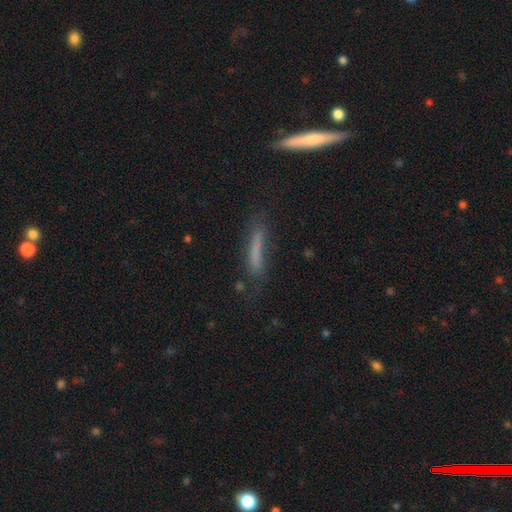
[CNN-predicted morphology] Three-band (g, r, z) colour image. It shows a smooth galaxy with no disk features (67%) that is cigar-shaped (90%). Merging: none (62%).